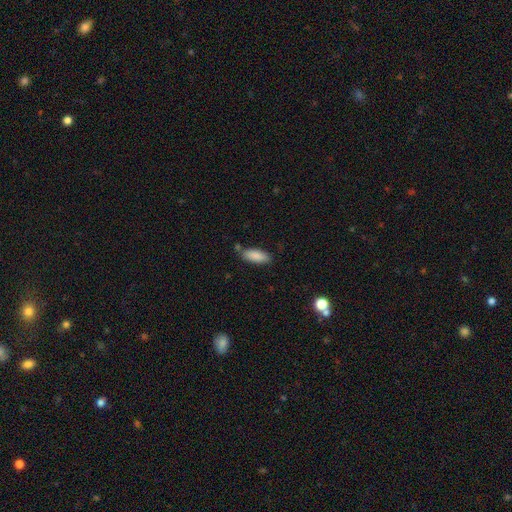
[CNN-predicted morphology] smooth_or_featured: smooth (p=0.88) [alt: star or artifact p=0.06]
how_rounded: in between (p=0.73) [alt: cigar-shaped p=0.25]
merging: none (p=0.75) [alt: minor disturbance p=0.15]